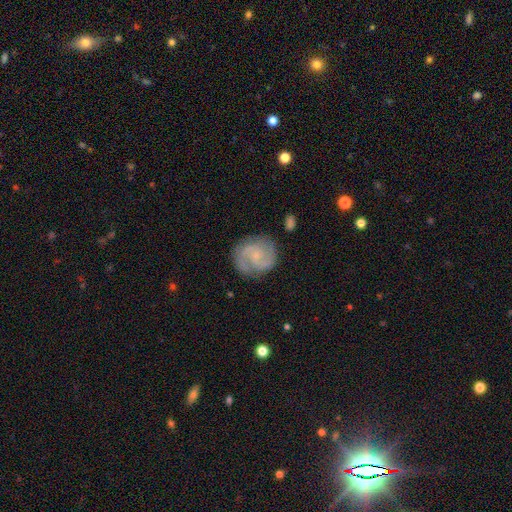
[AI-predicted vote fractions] Morphology: type=featured or disk (83%); edge-on=no (98%); bar=no (62%); spiral arms=yes (96%); winding=medium (49%); arm count=2 (76%); bulge=small (76%); merging=none (79%).